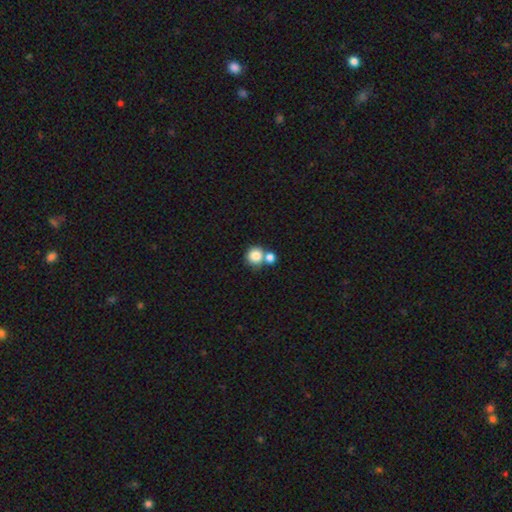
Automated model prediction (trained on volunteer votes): smooth_or_featured: smooth (p=0.82) [alt: star or artifact p=0.10]
how_rounded: round (p=0.90) [alt: in between p=0.09]
merging: none (p=0.50) [alt: merger p=0.40]